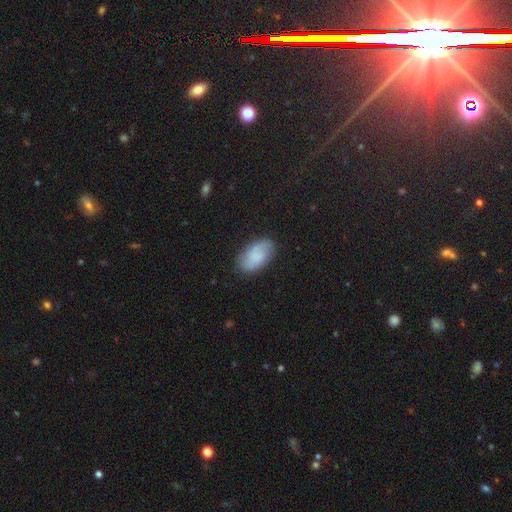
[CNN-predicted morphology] The model was most divided on "smooth or featured": smooth: 68%, featured or disk: 24%, star or artifact: 8%. More confident: how rounded — in between (94%); merging — none (75%).